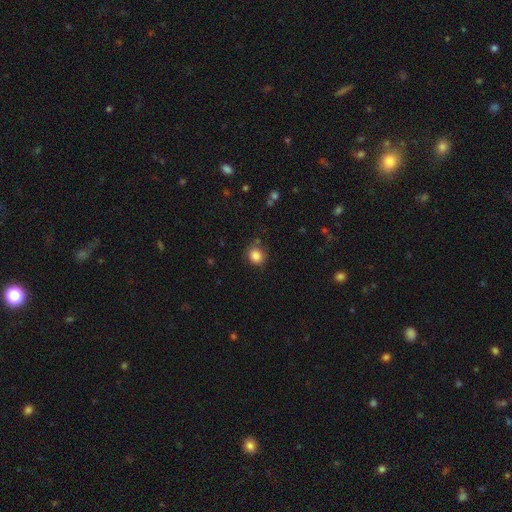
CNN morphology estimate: Smooth or featured? smooth (85%)
How rounded? round (81%)
Merging? none (78%)